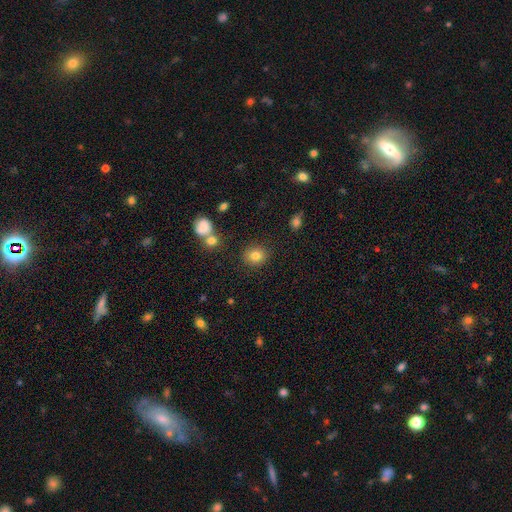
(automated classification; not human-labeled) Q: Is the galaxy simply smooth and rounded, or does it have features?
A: smooth — 81%.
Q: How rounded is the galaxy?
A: round — 79%.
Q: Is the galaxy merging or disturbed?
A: none — 86%.